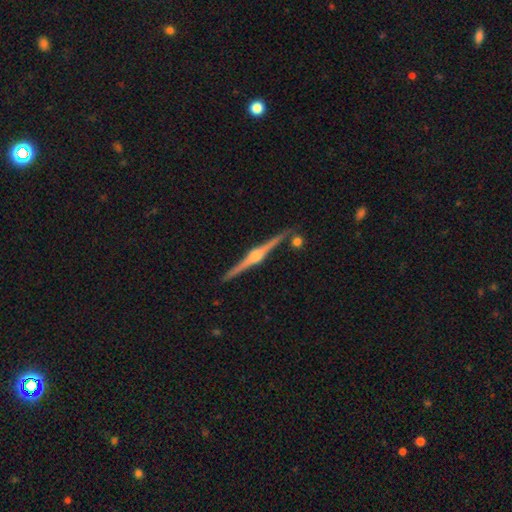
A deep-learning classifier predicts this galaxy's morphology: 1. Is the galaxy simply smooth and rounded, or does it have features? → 88% featured or disk, 7% smooth, 6% star or artifact.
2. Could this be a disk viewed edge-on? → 98% yes, 2% no.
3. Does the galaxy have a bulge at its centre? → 92% rounded, 6% boxy, 2% none.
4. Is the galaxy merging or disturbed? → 88% none, 7% minor disturbance, 3% merger, 2% major disturbance.